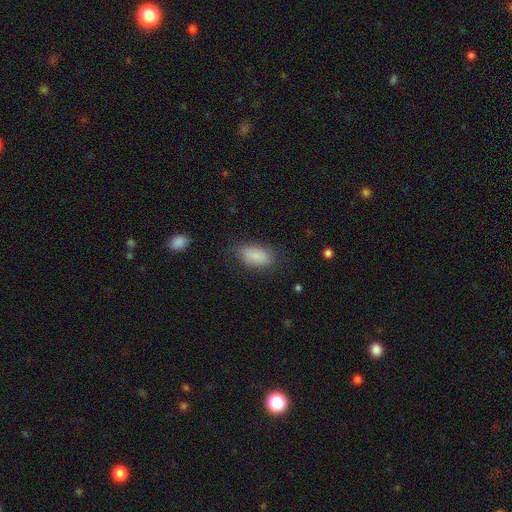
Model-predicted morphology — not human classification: Smooth or featured?
  - smooth: 86% *
  - featured or disk: 7%
  - star or artifact: 7%
How rounded?
  - in between: 92% *
  - round: 5%
  - cigar-shaped: 3%
Merging?
  - none: 73% *
  - minor disturbance: 19%
  - major disturbance: 7%
  - merger: 1%